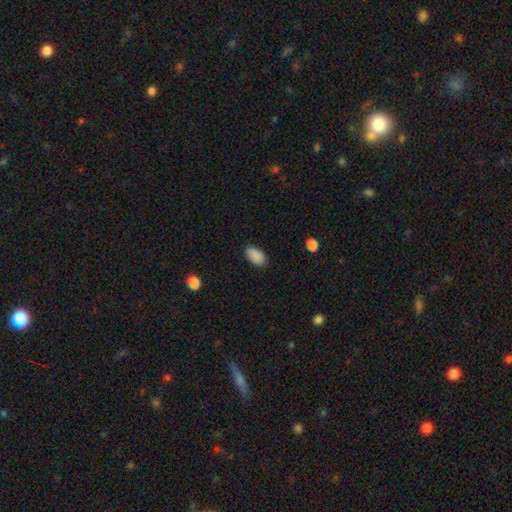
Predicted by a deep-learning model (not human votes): A smooth galaxy with no disk features (89%) that is in between round and cigar-shaped (94%). Merging: none (85%).